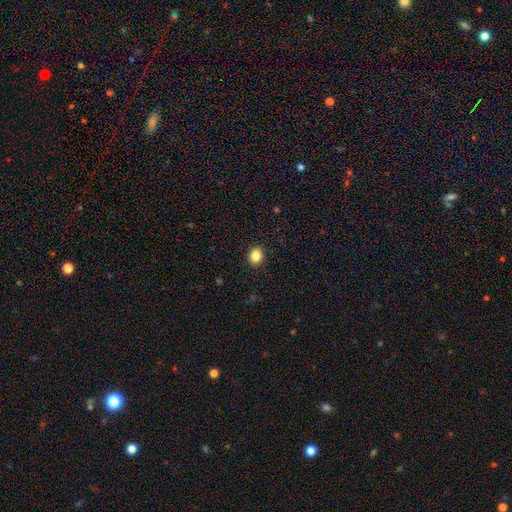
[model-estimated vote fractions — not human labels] Smooth or featured: smooth — 85% (star or artifact — 10%)
How rounded: round — 59% (in between — 40%)
Merging: none — 90% (minor disturbance — 7%)